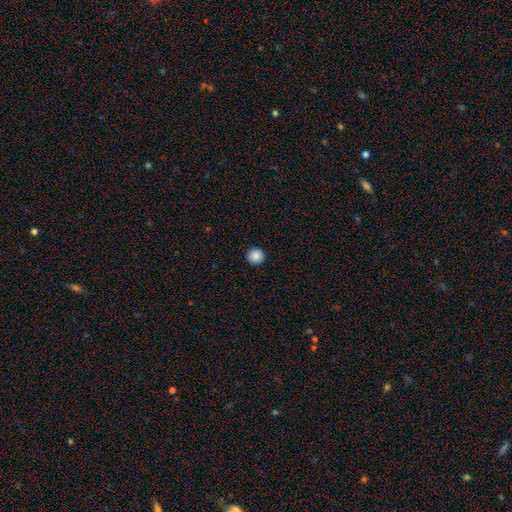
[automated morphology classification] type=smooth (88%); roundness=round (95%); merging=none (93%).